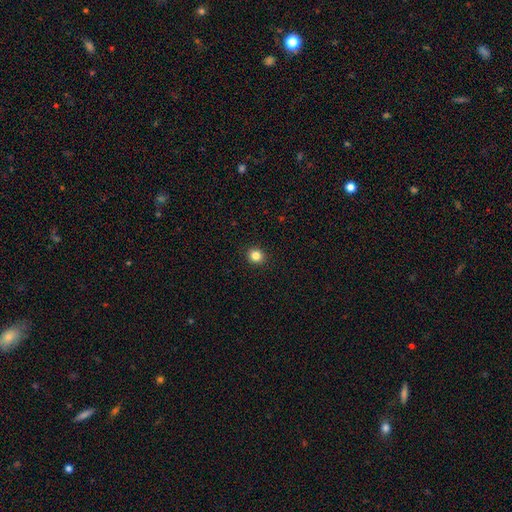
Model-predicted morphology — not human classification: This appears to be a smooth galaxy with no disk features (84%) that is round (89%). Merging: none (93%).